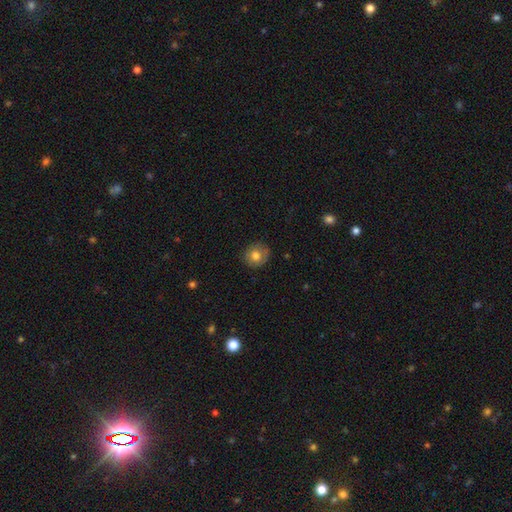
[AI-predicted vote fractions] The model was most divided on "smooth or featured": smooth: 76%, featured or disk: 16%, star or artifact: 9%. More confident: merging — none (82%); how rounded — round (82%).